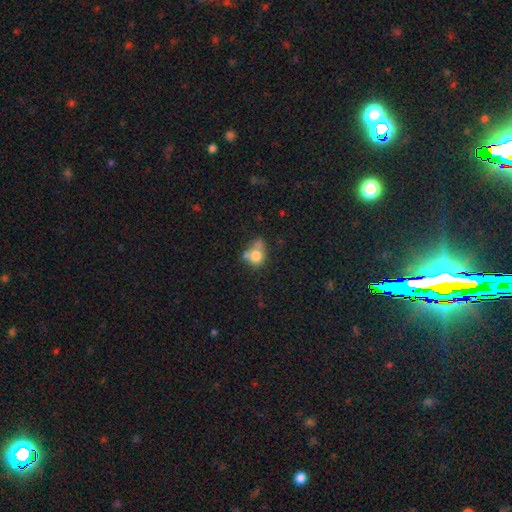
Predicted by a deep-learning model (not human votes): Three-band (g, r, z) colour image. It shows a smooth galaxy with no disk features (74%) that is round (60%). Merging: merger (36%).